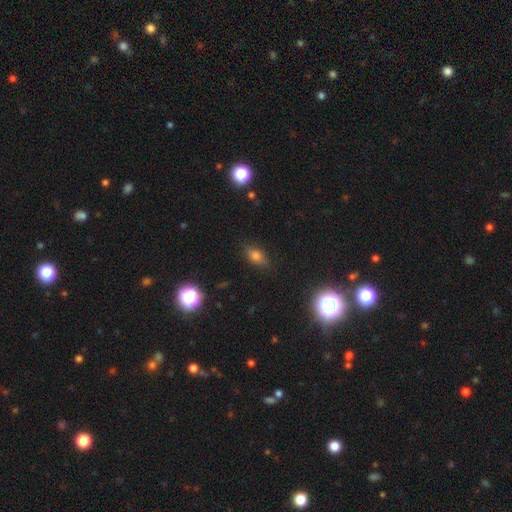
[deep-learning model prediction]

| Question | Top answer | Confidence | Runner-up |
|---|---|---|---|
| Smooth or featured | smooth | 69% | star or artifact (18%) |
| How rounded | in between | 76% | round (18%) |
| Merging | none | 79% | minor disturbance (16%) |